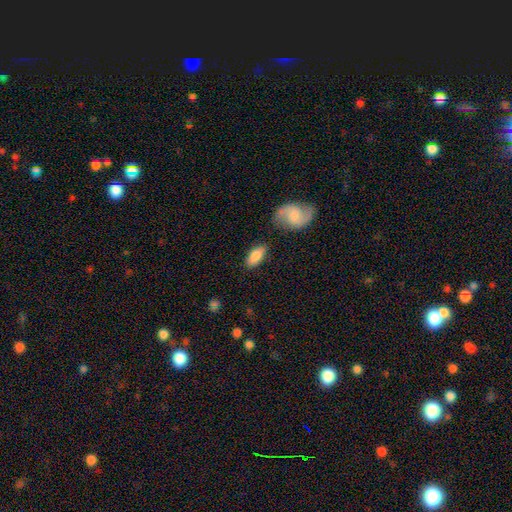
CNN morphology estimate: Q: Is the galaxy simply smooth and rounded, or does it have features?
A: smooth — 82%.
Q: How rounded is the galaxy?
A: in between — 91%.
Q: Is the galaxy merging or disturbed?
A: none — 78%.